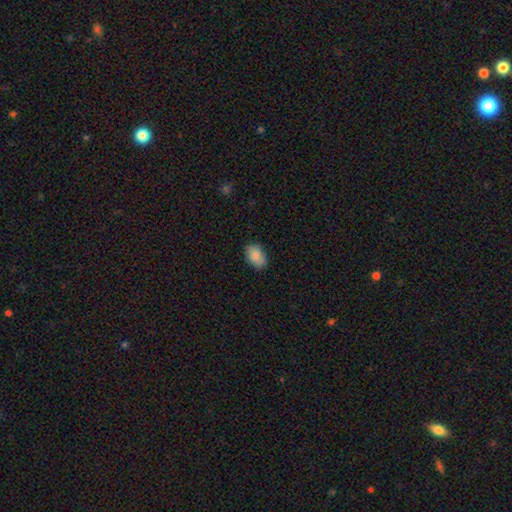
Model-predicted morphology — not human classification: This is clearly a smooth galaxy (86%). How rounded: clearly in between (85%). Merging: clearly none (84%).